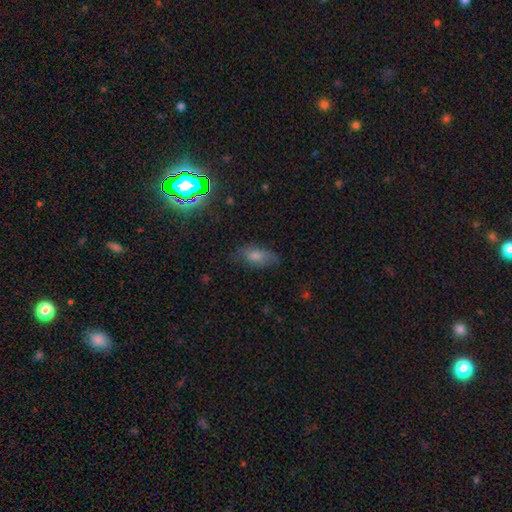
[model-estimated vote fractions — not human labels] A smooth galaxy with no disk features (57%) that is in between round and cigar-shaped (83%). Merging: none (67%).